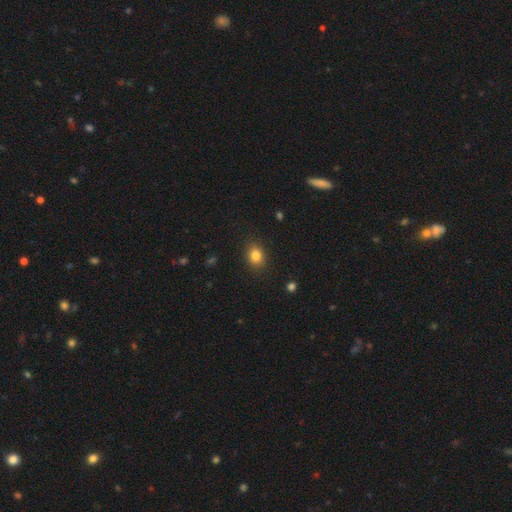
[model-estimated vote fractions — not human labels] smooth_or_featured: smooth (p=0.83) [alt: star or artifact p=0.11]
how_rounded: round (p=0.51) [alt: in between p=0.48]
merging: none (p=0.87) [alt: minor disturbance p=0.09]